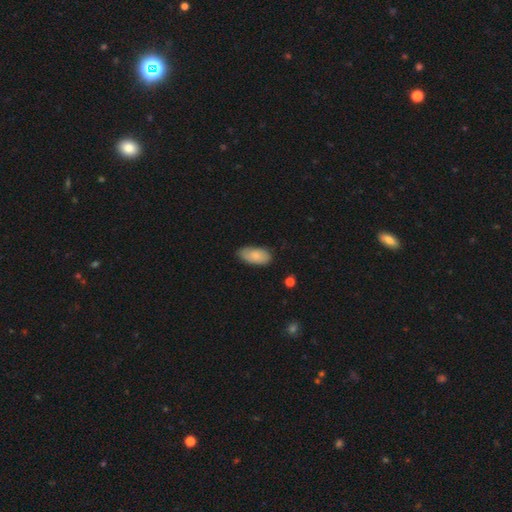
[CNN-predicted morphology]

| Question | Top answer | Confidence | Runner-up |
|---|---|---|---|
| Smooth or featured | smooth | 74% | featured or disk (20%) |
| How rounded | in between | 93% | cigar-shaped (4%) |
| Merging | none | 71% | minor disturbance (24%) |